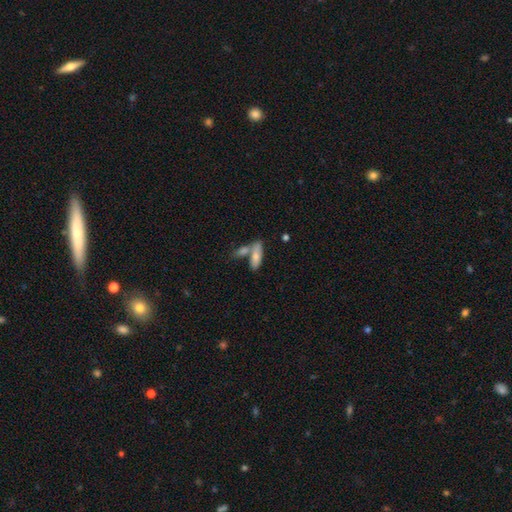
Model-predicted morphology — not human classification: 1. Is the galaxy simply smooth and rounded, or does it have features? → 75% smooth, 19% featured or disk, 6% star or artifact.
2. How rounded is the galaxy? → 56% in between, 42% cigar-shaped, 3% round.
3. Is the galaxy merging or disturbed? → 44% none, 40% merger, 12% minor disturbance, 4% major disturbance.